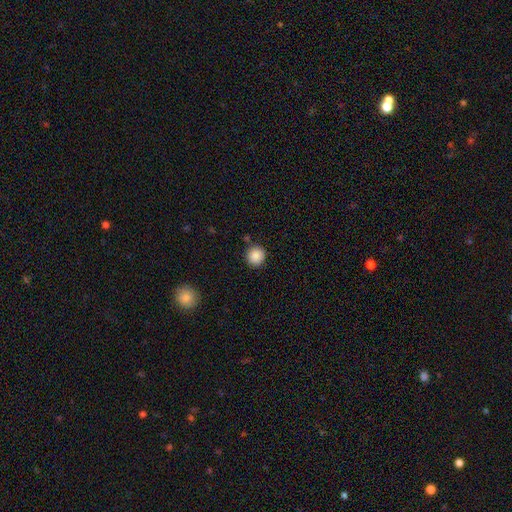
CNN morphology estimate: This appears to be a smooth galaxy with no disk features (88%) that is round (93%). Merging: none (88%).